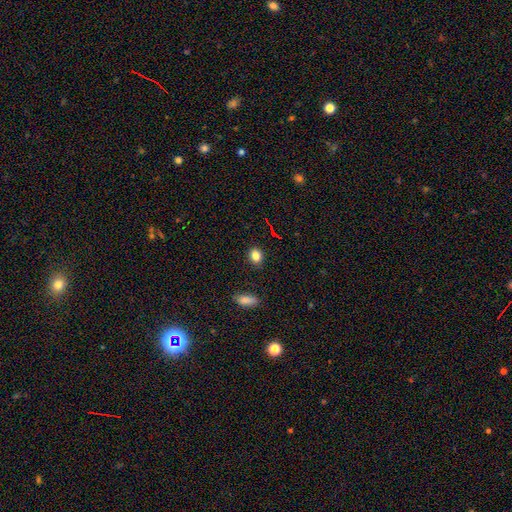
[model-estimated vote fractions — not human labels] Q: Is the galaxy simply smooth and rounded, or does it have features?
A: smooth — 81%.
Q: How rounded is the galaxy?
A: in between — 49%, tied with round.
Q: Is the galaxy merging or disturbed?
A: none — 88%.